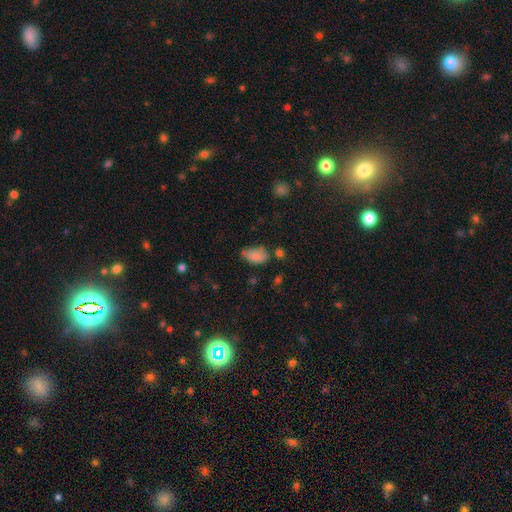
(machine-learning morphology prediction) Smooth or featured?
  - smooth: 84% *
  - star or artifact: 9%
  - featured or disk: 8%
How rounded?
  - in between: 92% *
  - round: 5%
  - cigar-shaped: 3%
Merging?
  - none: 51% *
  - minor disturbance: 33%
  - major disturbance: 9%
  - merger: 6%